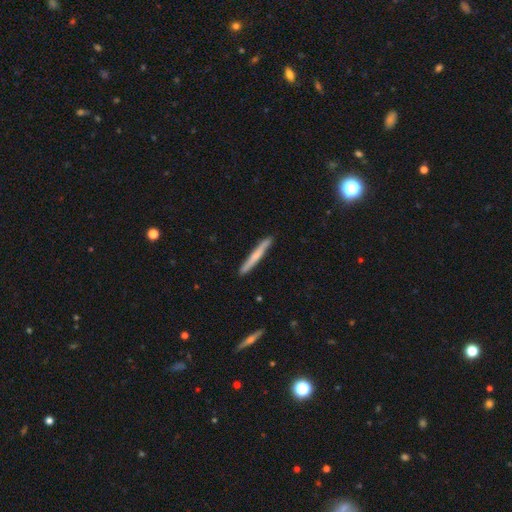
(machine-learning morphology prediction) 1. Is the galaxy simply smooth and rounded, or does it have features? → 57% smooth, 38% featured or disk, 5% star or artifact.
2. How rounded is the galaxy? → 96% cigar-shaped, 2% in between, 1% round.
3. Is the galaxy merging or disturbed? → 89% none, 8% minor disturbance, 1% major disturbance, 1% merger.